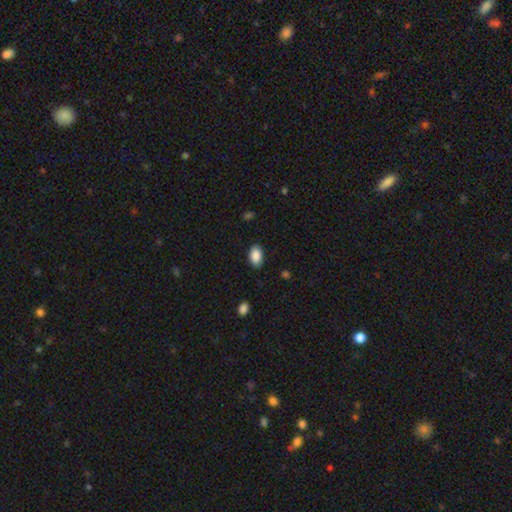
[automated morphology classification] A smooth galaxy with no disk features (89%) that is in between round and cigar-shaped (91%).

Vote fractions:
- Smooth or featured? smooth: 89% / star or artifact: 7% / featured or disk: 4%
- How rounded? in between: 91% / round: 7% / cigar-shaped: 1%
- Merging? none: 86% / minor disturbance: 11% / major disturbance: 3% / merger: 1%